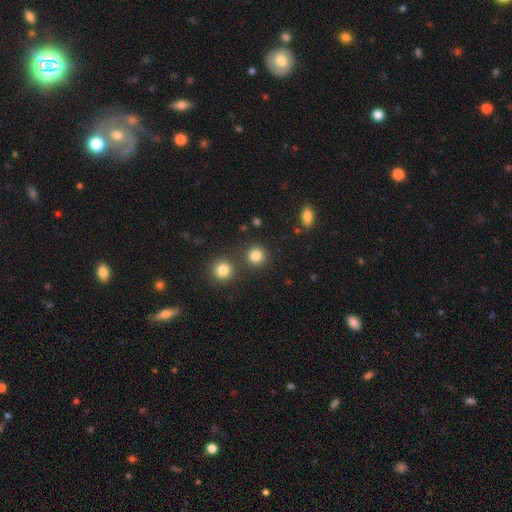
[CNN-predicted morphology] Smooth or featured? smooth (83%)
How rounded? round (93%)
Merging? none (82%)